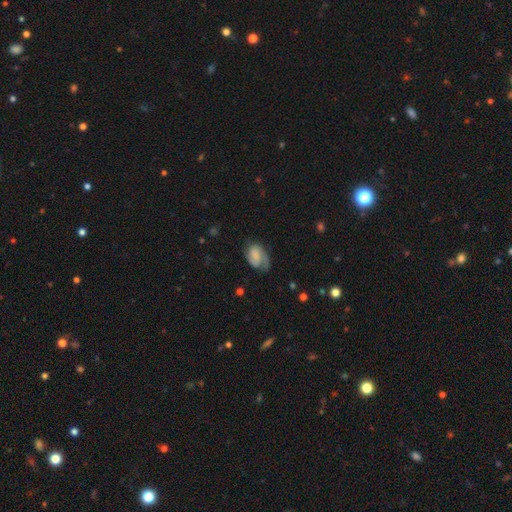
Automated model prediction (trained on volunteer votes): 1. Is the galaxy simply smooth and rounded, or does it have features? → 51% featured or disk, 41% smooth, 8% star or artifact.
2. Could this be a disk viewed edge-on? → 97% no, 3% yes.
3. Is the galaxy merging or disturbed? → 50% none, 29% minor disturbance, 18% major disturbance, 2% merger.